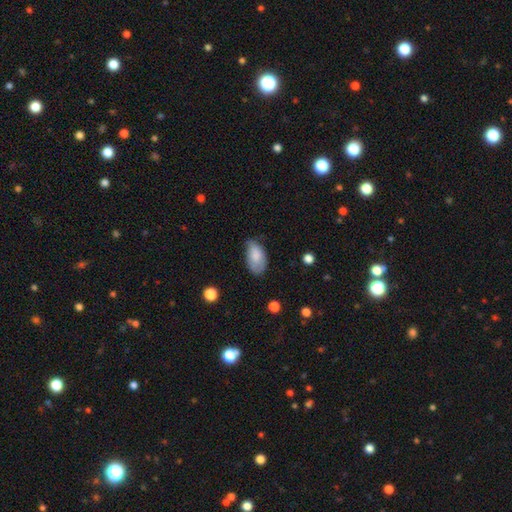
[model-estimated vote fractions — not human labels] Smooth or featured: smooth — 80% (featured or disk — 13%)
How rounded: in between — 94% (round — 4%)
Merging: none — 55% (minor disturbance — 35%)